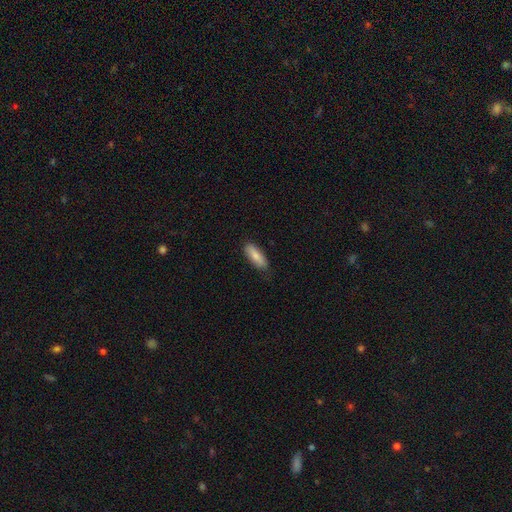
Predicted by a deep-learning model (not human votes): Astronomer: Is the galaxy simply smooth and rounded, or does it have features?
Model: smooth — 83%.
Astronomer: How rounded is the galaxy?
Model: in between — 65%.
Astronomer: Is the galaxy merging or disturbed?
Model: none — 82%.